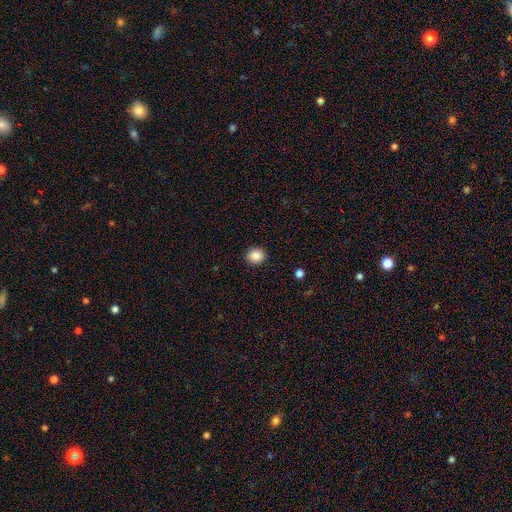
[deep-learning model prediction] smooth_or_featured: smooth (p=0.87) [alt: star or artifact p=0.09]
how_rounded: round (p=0.81) [alt: in between p=0.18]
merging: none (p=0.91) [alt: minor disturbance p=0.06]